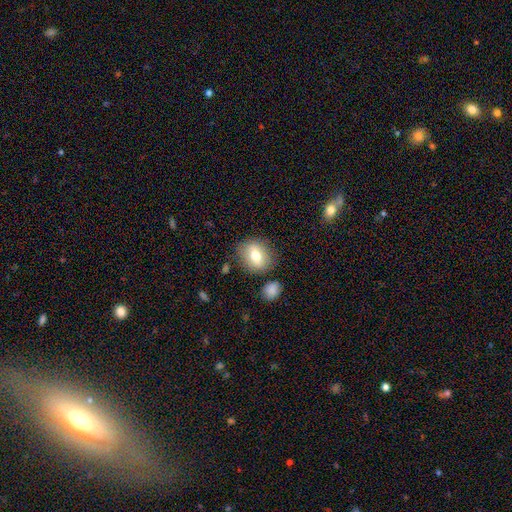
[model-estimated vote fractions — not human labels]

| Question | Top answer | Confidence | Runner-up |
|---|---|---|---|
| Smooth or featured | smooth | 68% | featured or disk (23%) |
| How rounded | round | 56% | in between (43%) |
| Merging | none | 80% | minor disturbance (12%) |